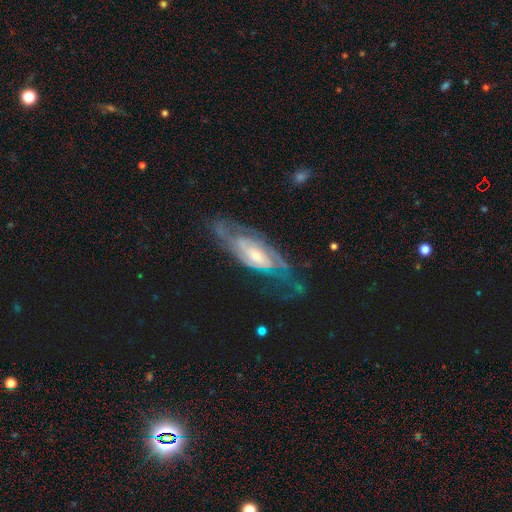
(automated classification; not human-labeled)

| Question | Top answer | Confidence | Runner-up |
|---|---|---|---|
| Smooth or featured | featured or disk | 84% | smooth (10%) |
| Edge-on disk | no | 88% | yes (12%) |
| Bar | no | 52% | weak (37%) |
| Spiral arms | yes | 91% | no (9%) |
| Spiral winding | tight | 53% | medium (37%) |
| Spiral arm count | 2 | 43% | can't tell (35%) |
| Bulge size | small | 54% | moderate (39%) |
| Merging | none | 63% | minor disturbance (21%) |